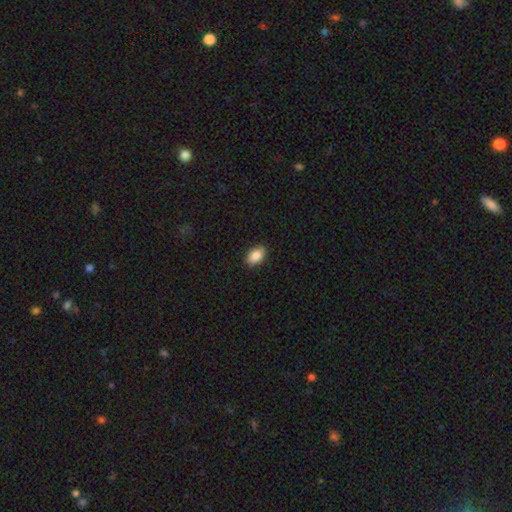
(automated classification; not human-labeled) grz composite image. It shows a smooth galaxy with no disk features (87%) that is in between round and cigar-shaped (89%). Merging: none (89%).